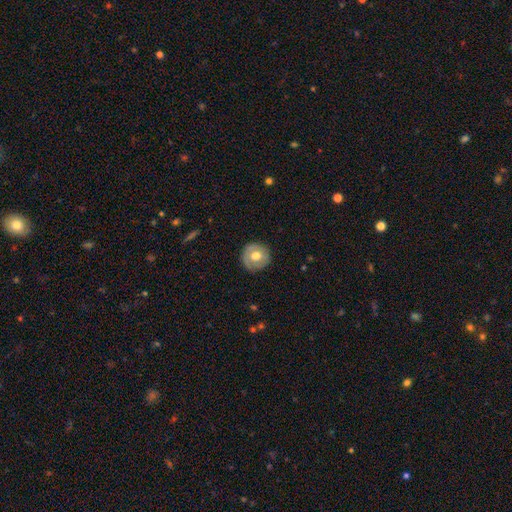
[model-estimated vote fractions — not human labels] A smooth galaxy with no disk features (56%) that is round (94%).

Vote fractions:
- Smooth or featured? smooth: 56% / featured or disk: 37% / star or artifact: 7%
- How rounded? round: 94% / in between: 5% / cigar-shaped: 1%
- Merging? none: 83% / minor disturbance: 12% / major disturbance: 3% / merger: 1%